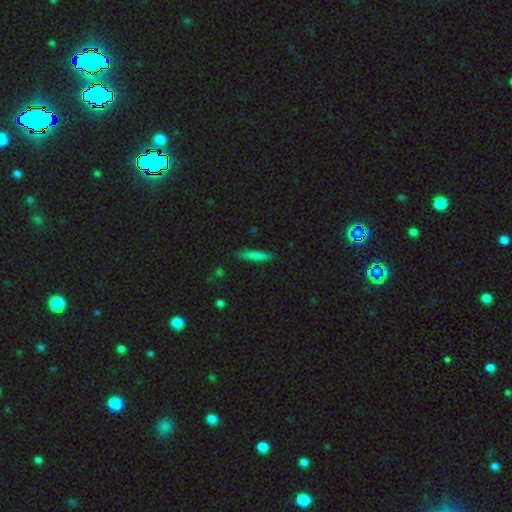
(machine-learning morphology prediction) This is likely a smooth galaxy (78%). How rounded: clearly cigar-shaped (92%). Merging: clearly none (86%).